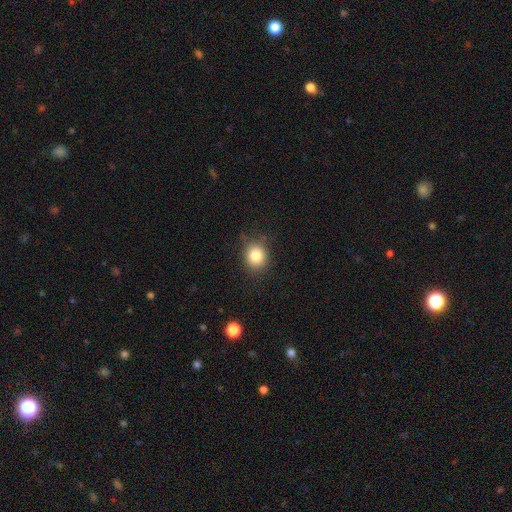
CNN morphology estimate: type=smooth (82%); roundness=round (74%); merging=none (81%).